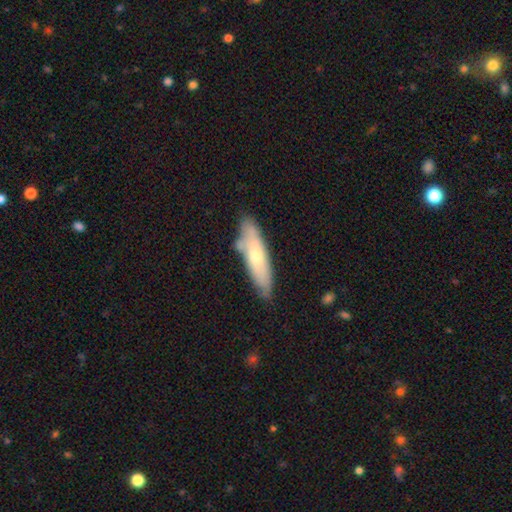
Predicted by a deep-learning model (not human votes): Morphology: type=smooth (55%); roundness=cigar-shaped (65%); merging=none (73%).